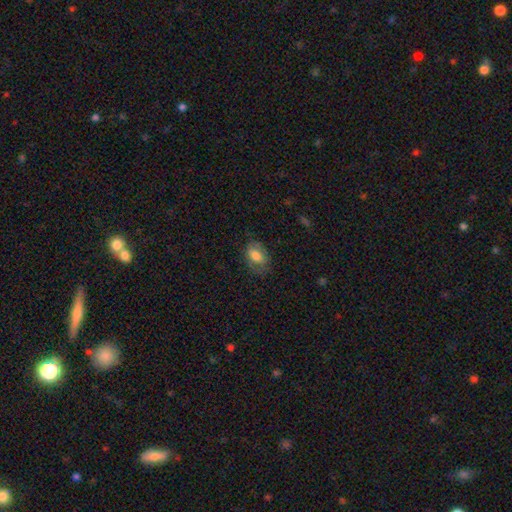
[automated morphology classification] This appears to be a smooth galaxy with no disk features (75%) that is in between round and cigar-shaped (87%). Merging: none (67%).